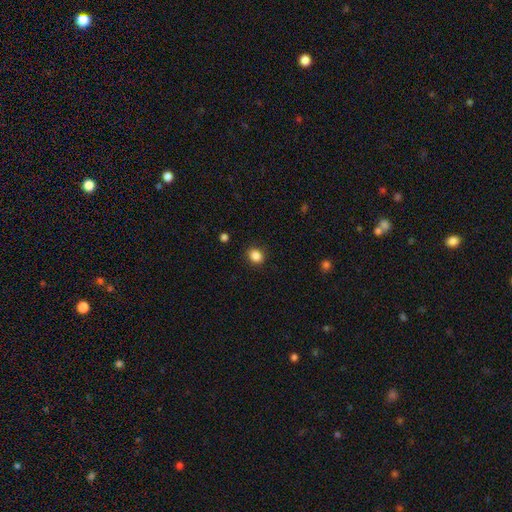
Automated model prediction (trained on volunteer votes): Smooth or featured: smooth — 86% (star or artifact — 10%)
How rounded: round — 67% (in between — 32%)
Merging: none — 89% (minor disturbance — 7%)